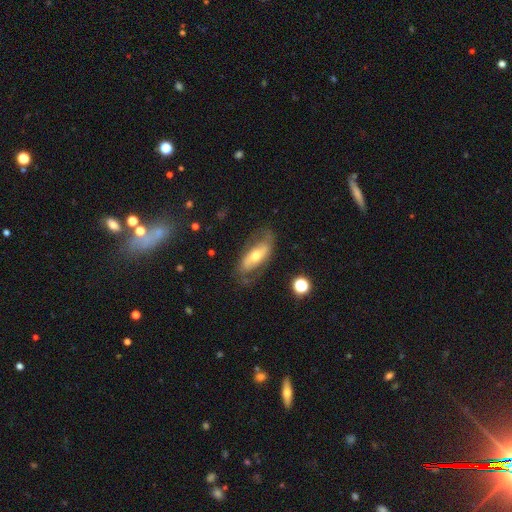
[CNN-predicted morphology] A featured or disk galaxy (64%) with no bar (38%), spiral arms (70%) and a moderate central bulge (65%).

Vote fractions:
- Smooth or featured? featured or disk: 64% / smooth: 29% / star or artifact: 7%
- Edge-on disk? no: 84% / yes: 16%
- Bar? no: 38% / strong: 33% / weak: 29%
- Spiral arms? yes: 70% / no: 30%
- Bulge size? moderate: 65% / small: 24% / large: 8% / none: 1% / dominant: 1%
- Merging? none: 65% / minor disturbance: 20% / major disturbance: 13% / merger: 2%